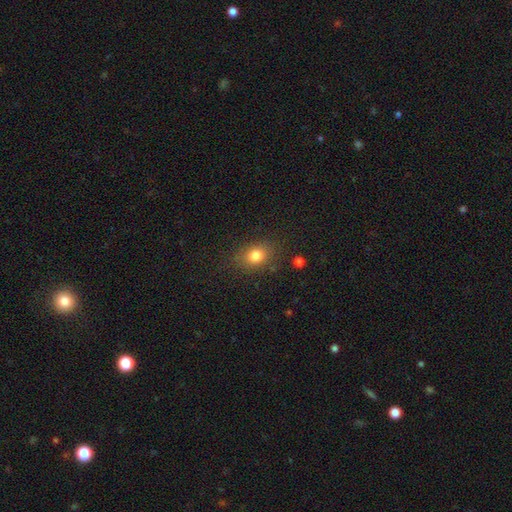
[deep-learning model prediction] Overall: smooth (80%). How rounded: in between (57%; round 41%). Merging: none (81%).